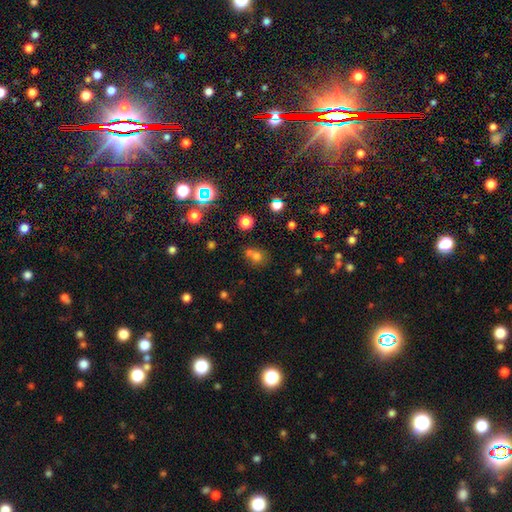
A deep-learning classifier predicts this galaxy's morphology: Smooth or featured? Predicted: smooth (p=0.64). How rounded? Predicted: round (p=0.78). Merging? Predicted: merger (p=0.44, tied with none).